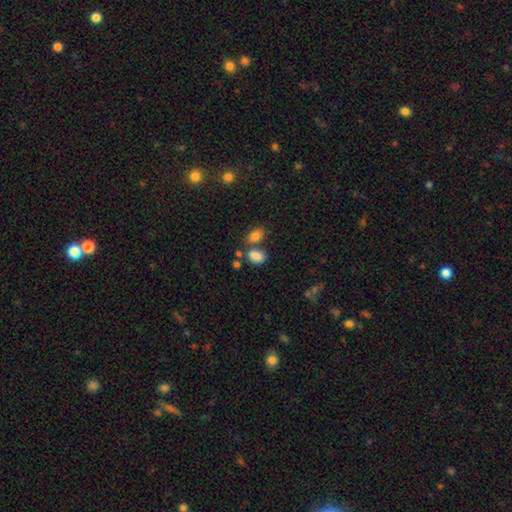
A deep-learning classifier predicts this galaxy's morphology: type=smooth (84%); roundness=in between (88%); merging=none (53%).